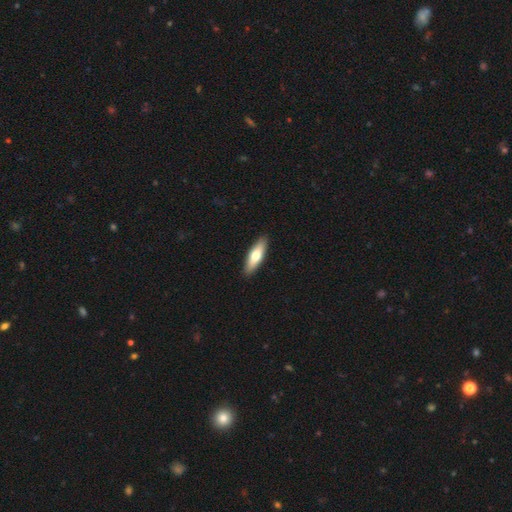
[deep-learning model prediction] Q: Smooth or featured?
A: smooth (62%); runner-up: featured or disk (33%)
Q: How rounded?
A: cigar-shaped (54%); runner-up: in between (44%)
Q: Merging?
A: none (91%); runner-up: minor disturbance (7%)